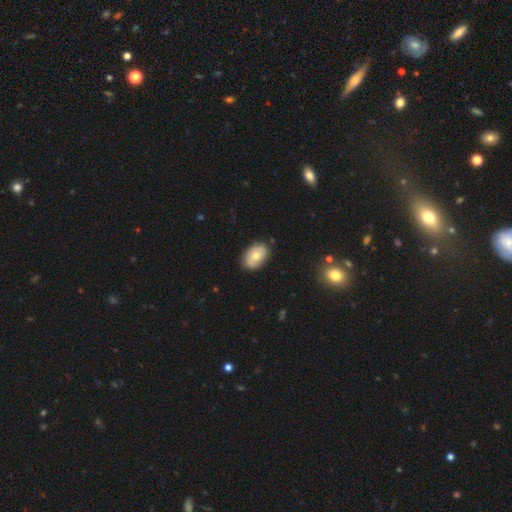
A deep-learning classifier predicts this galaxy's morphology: This appears to be a smooth galaxy with no disk features (57%) that is in between round and cigar-shaped (82%). Merging: none (80%).